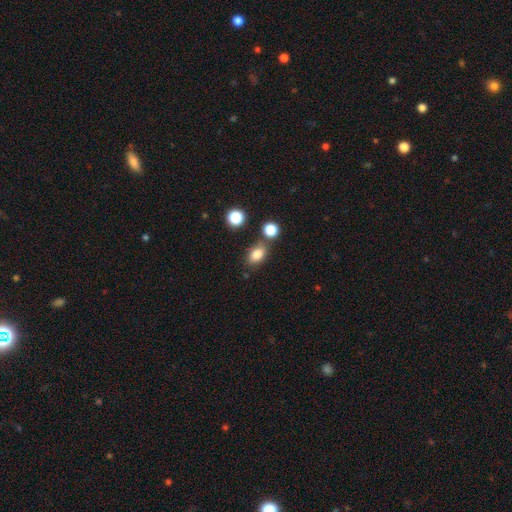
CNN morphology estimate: This is clearly a smooth galaxy (83%). How rounded: likely in between (78%). Merging: likely none (68%).